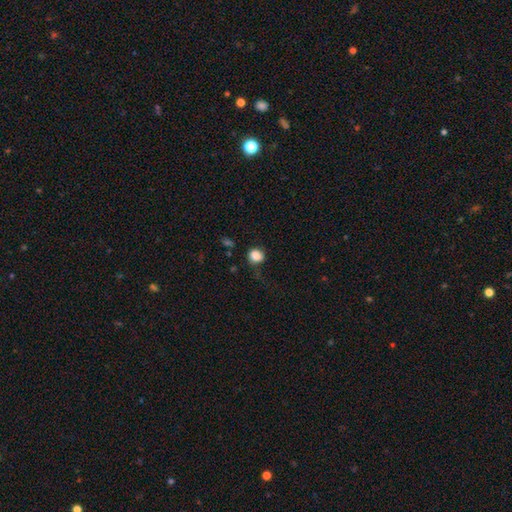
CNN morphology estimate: A smooth galaxy with no disk features (86%) that is round (75%).

Vote fractions:
- Smooth or featured? smooth: 86% / star or artifact: 10% / featured or disk: 5%
- How rounded? round: 75% / in between: 24% / cigar-shaped: 1%
- Merging? none: 63% / minor disturbance: 24% / major disturbance: 10% / merger: 3%